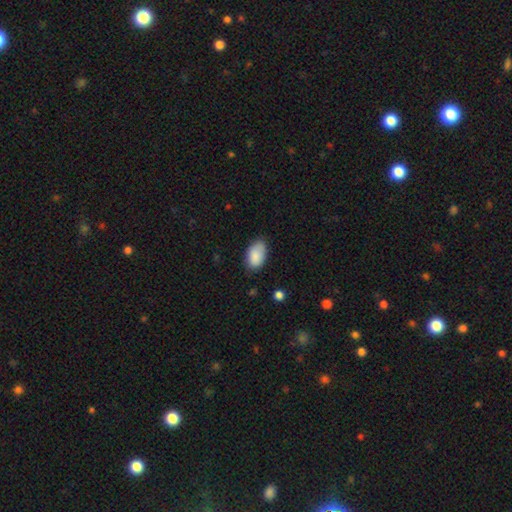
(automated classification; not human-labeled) This appears to be a smooth galaxy with no disk features (88%) that is in between round and cigar-shaped (93%). Merging: none (71%).